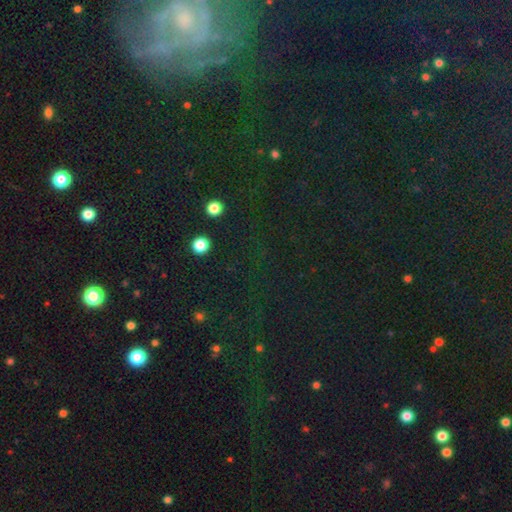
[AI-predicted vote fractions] Smooth or featured? Predicted: star or artifact (p=0.76).